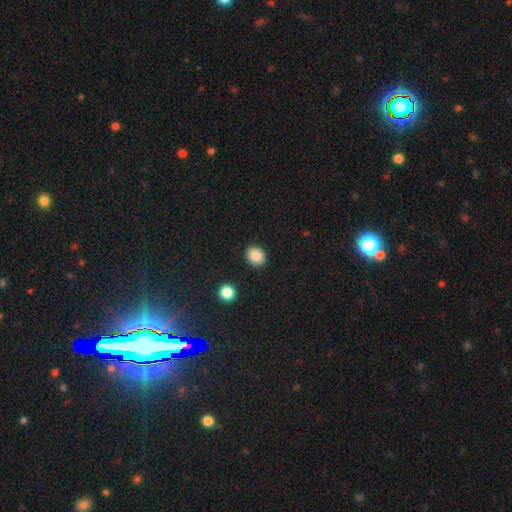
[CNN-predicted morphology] Smooth or featured? smooth (87%)
How rounded? round (56%)
Merging? none (90%)